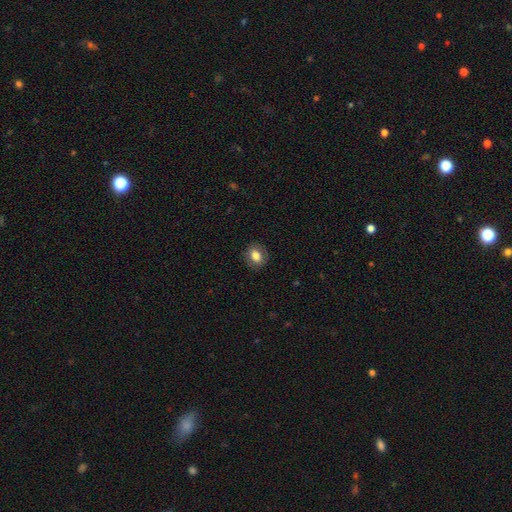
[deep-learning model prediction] Smooth or featured: smooth — 79% (featured or disk — 12%)
How rounded: in between — 52% (round — 47%)
Merging: none — 86% (minor disturbance — 10%)